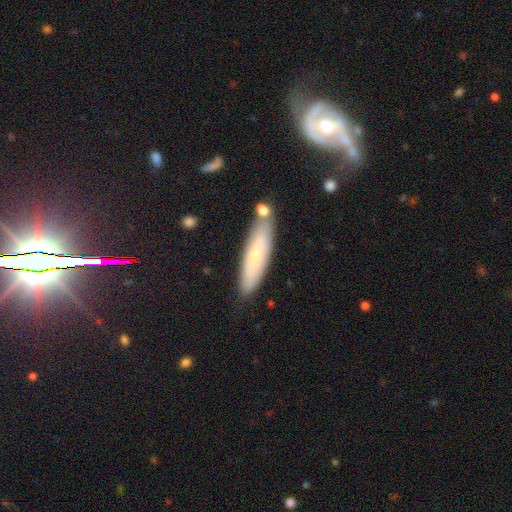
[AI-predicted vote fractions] The model was most divided on "smooth or featured": smooth: 59%, featured or disk: 34%, star or artifact: 7%. More confident: merging — none (78%); how rounded — cigar-shaped (73%).